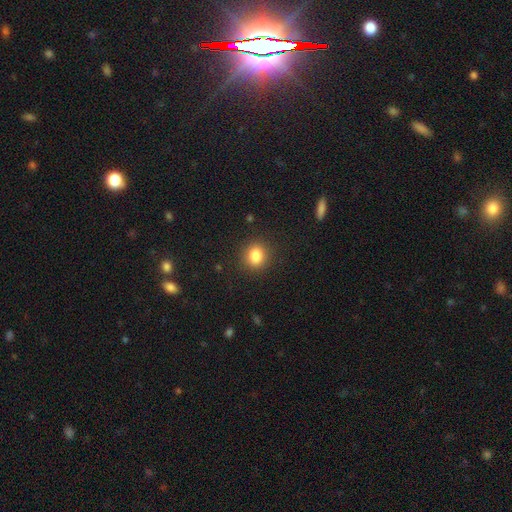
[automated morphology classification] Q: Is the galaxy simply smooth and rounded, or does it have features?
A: smooth — 84%.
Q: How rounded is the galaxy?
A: round — 67%.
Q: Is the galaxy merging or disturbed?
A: none — 89%.